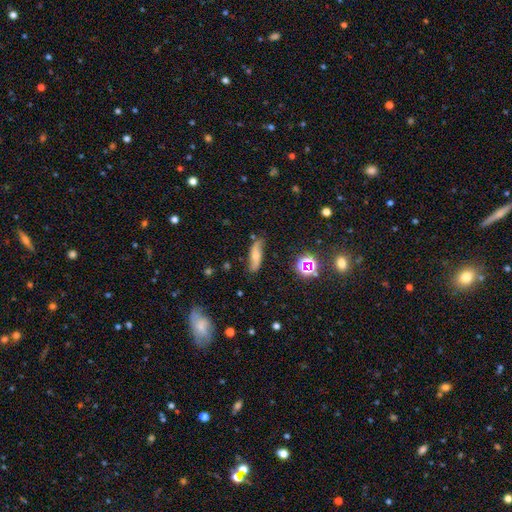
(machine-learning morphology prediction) Overall: featured or disk (45%; smooth 44%). Merging: none (75%).